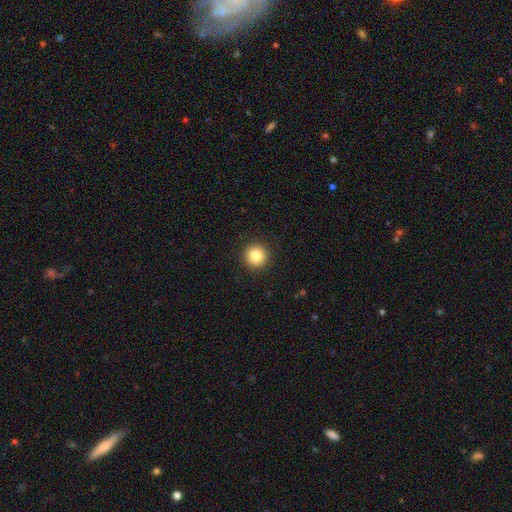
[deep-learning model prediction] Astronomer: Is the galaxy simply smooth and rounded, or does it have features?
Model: smooth — 85%.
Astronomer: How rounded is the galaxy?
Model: round — 95%.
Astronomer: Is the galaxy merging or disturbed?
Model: none — 92%.